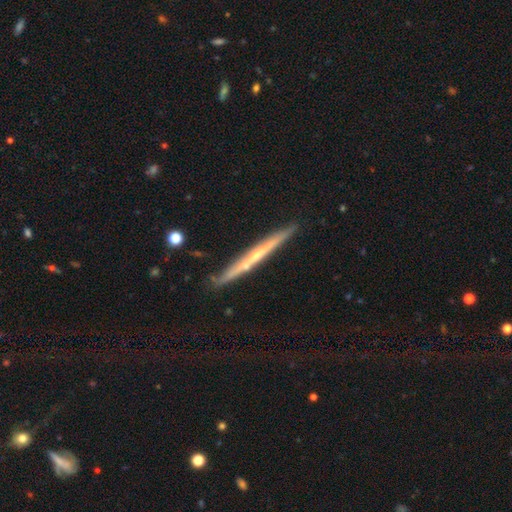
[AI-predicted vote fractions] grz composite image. It shows a featured or disk galaxy (70%) viewed edge-on (96%) with no central bulge (53%). Merging: none (85%).